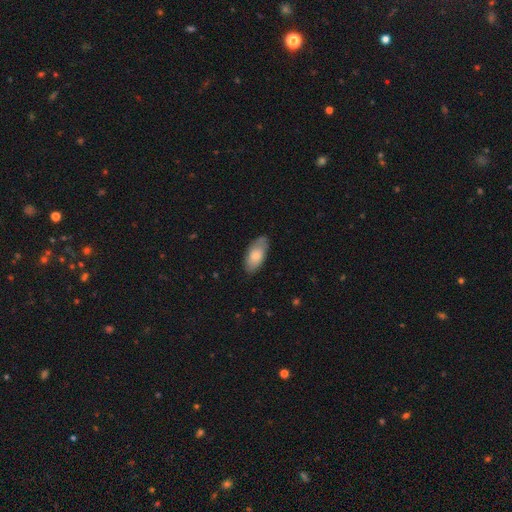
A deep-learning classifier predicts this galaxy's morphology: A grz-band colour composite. It shows a smooth galaxy with no disk features (74%) that is in between round and cigar-shaped (91%). Merging: none (76%).